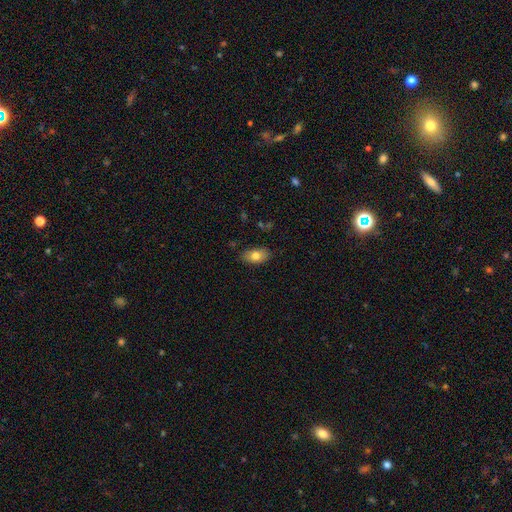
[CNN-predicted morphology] This appears to be a smooth galaxy with no disk features (77%) that is in between round and cigar-shaped (91%). Merging: none (83%).